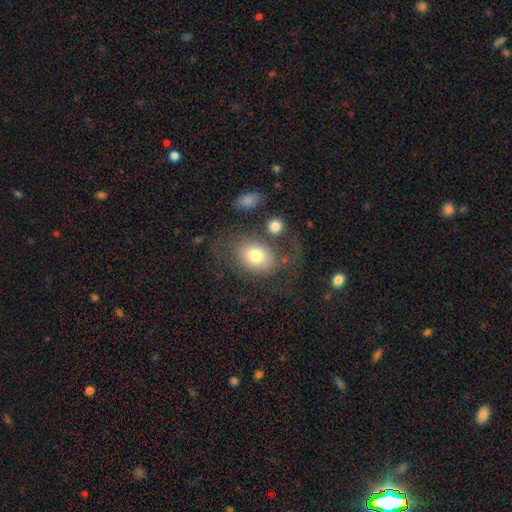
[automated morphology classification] smooth-or-featured: smooth: 67% | featured or disk: 24% | star or artifact: 9%
  how-rounded: in between: 69% | round: 30% | cigar-shaped: 1%
  merging: none: 47% | major disturbance: 24% | minor disturbance: 18% | merger: 11%